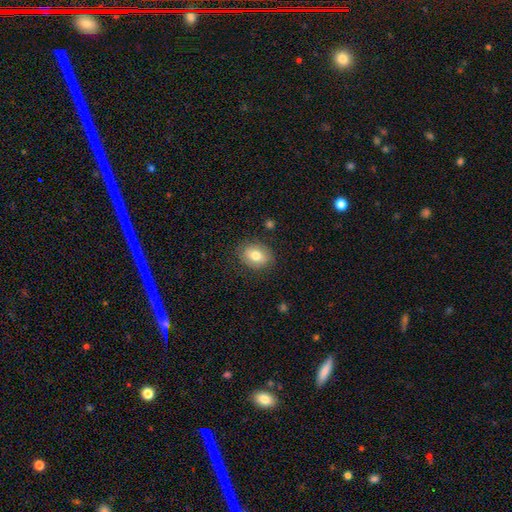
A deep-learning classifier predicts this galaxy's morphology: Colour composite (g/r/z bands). It shows a smooth galaxy with no disk features (76%) that is in between round and cigar-shaped (63%). Merging: none (83%).